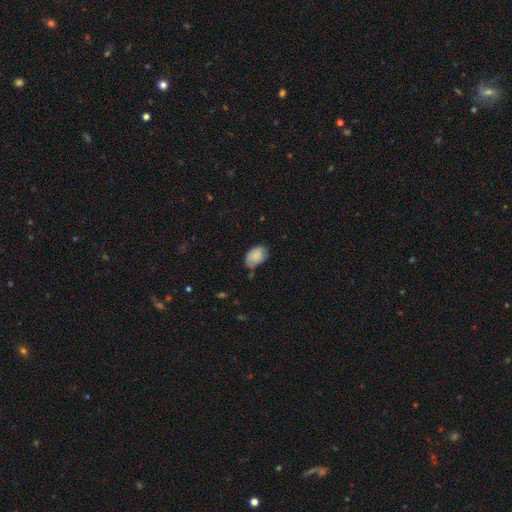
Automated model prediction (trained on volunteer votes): Smooth or featured?
  - smooth: 85% *
  - featured or disk: 8%
  - star or artifact: 7%
How rounded?
  - in between: 87% *
  - round: 12%
  - cigar-shaped: 1%
Merging?
  - none: 62% *
  - minor disturbance: 30%
  - major disturbance: 6%
  - merger: 3%